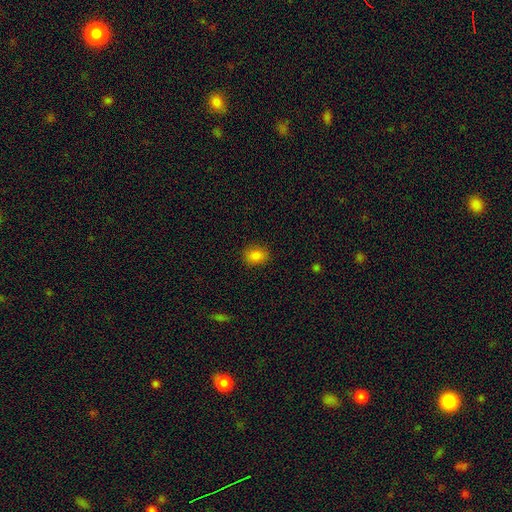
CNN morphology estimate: smooth_or_featured: smooth (p=0.85) [alt: star or artifact p=0.11]
how_rounded: in between (p=0.59) [alt: round p=0.40]
merging: none (p=0.87) [alt: minor disturbance p=0.10]